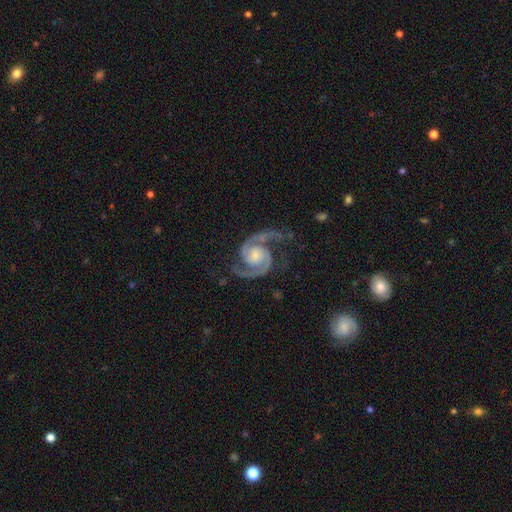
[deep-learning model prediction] Overall: featured or disk (94%). Edge-on disk: no (98%). Bar: no (63%; weak 27%). Spiral arms: yes (99%). Spiral arm count: 2 (94%). Spiral winding: medium (60%; tight 27%). Bulge size: small (43%; moderate 35%). Merging: none (73%).